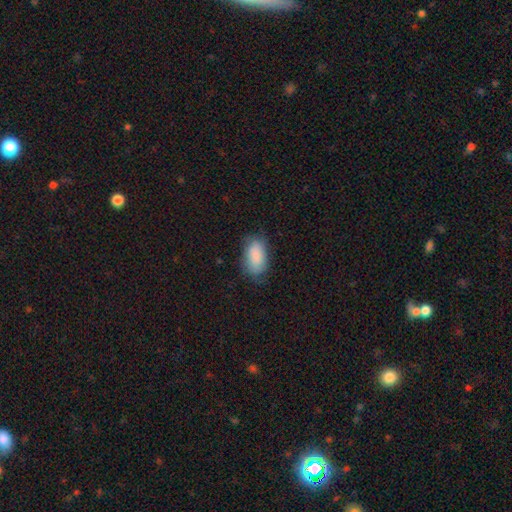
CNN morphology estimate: Smooth or featured? smooth (86%)
How rounded? in between (93%)
Merging? none (69%)